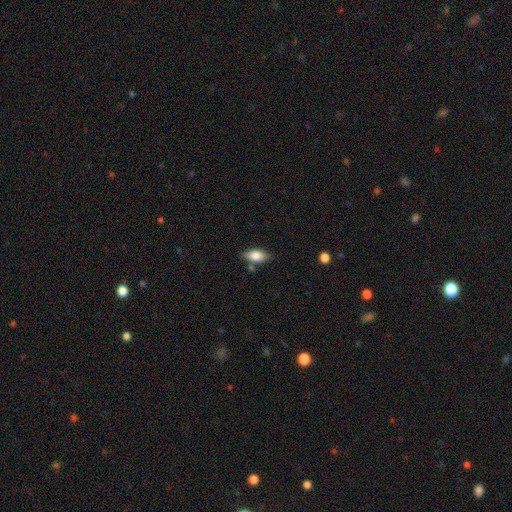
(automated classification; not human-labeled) A smooth galaxy with no disk features (77%) that is in between round and cigar-shaped (87%). Merging: none (75%).